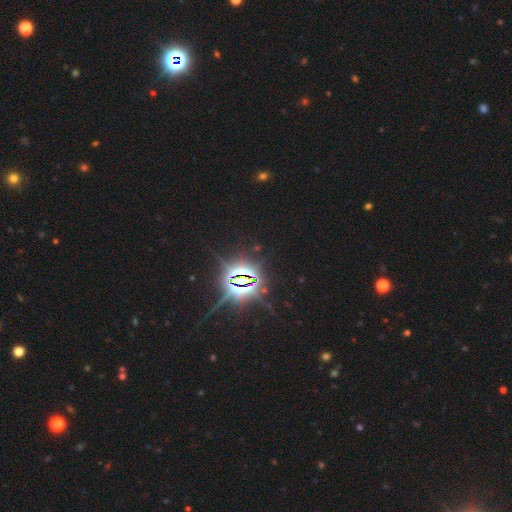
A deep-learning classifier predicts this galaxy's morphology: smooth_or_featured: star or artifact (p=0.85) [alt: smooth p=0.09]